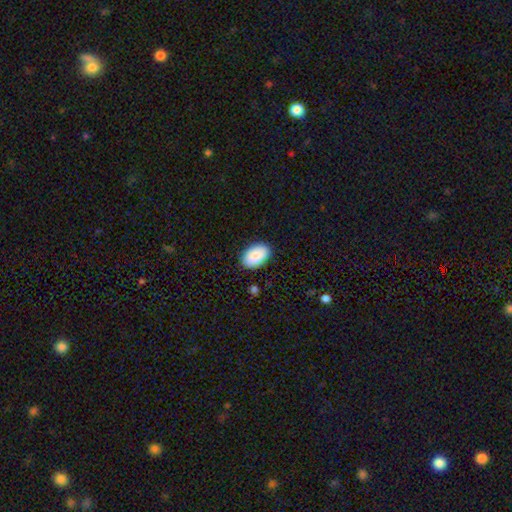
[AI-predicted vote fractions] A smooth galaxy with no disk features (90%) that is in between round and cigar-shaped (92%). Merging: none (88%).